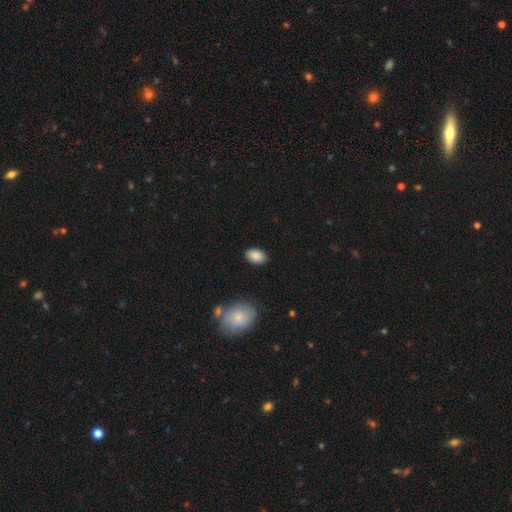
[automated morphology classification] Smooth or featured: smooth — 88% (star or artifact — 7%)
How rounded: in between — 91% (round — 8%)
Merging: none — 88% (minor disturbance — 9%)